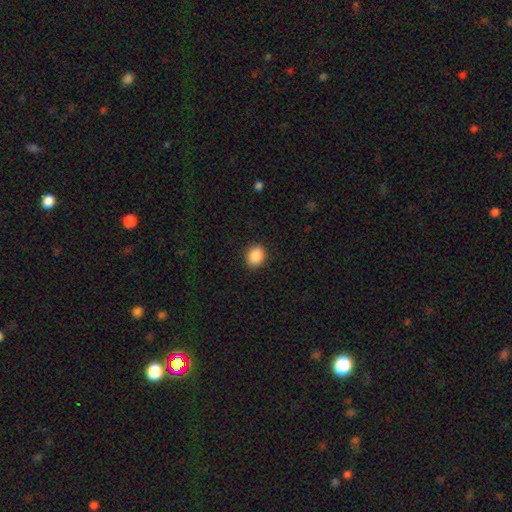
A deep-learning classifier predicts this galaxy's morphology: smooth-or-featured: smooth: 89% | star or artifact: 8% | featured or disk: 3%
  how-rounded: round: 56% | in between: 43% | cigar-shaped: 1%
  merging: none: 90% | minor disturbance: 7% | major disturbance: 2% | merger: 1%